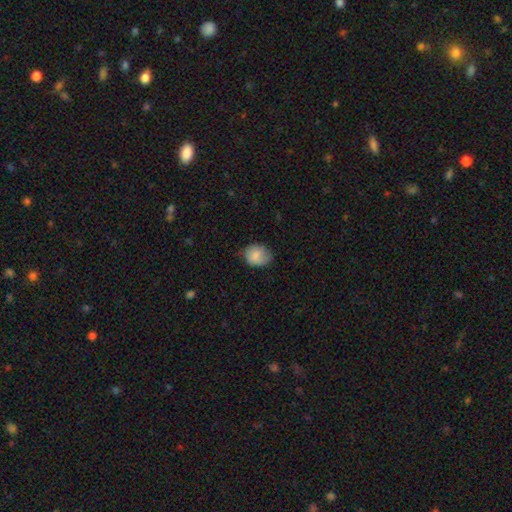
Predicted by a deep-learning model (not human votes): A smooth galaxy with no disk features (82%) that is round (58%).

Vote fractions:
- Smooth or featured? smooth: 82% / featured or disk: 11% / star or artifact: 7%
- How rounded? round: 58% / in between: 42% / cigar-shaped: 1%
- Merging? none: 65% / minor disturbance: 28% / major disturbance: 6% / merger: 1%